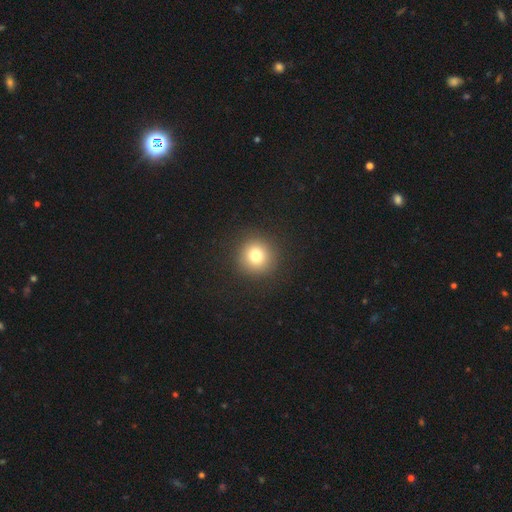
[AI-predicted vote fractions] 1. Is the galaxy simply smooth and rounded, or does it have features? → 77% smooth, 14% star or artifact, 10% featured or disk.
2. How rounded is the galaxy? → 94% round, 5% in between, 1% cigar-shaped.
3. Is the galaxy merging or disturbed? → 91% none, 5% minor disturbance, 3% major disturbance, 1% merger.